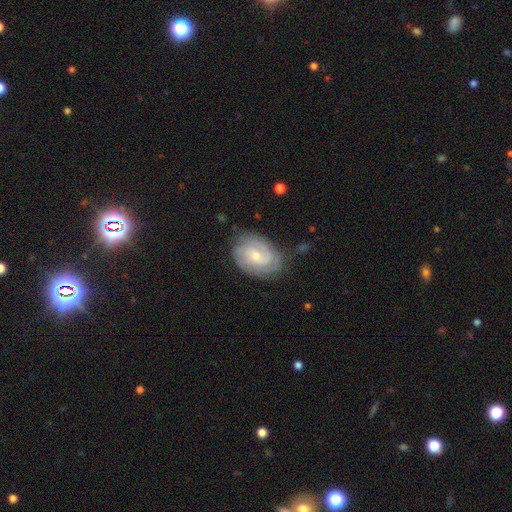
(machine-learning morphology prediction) smooth-or-featured: featured or disk: 78% | smooth: 16% | star or artifact: 5%
  disk-edge-on: no: 97% | yes: 3%
    bar: no: 48% | weak: 44% | strong: 8%
    has-spiral-arms: yes: 94% | no: 6%
      spiral-winding: tight: 56% | medium: 35% | loose: 9%
      spiral-arm-count: 2: 52% | can't tell: 22% | 3: 15% | 4: 4% | 1: 3% | more than 4: 3%
    bulge-size: small: 60% | moderate: 36% | large: 1% | none: 1% | dominant: 1%
  merging: none: 74% | minor disturbance: 19% | major disturbance: 5% | merger: 1%